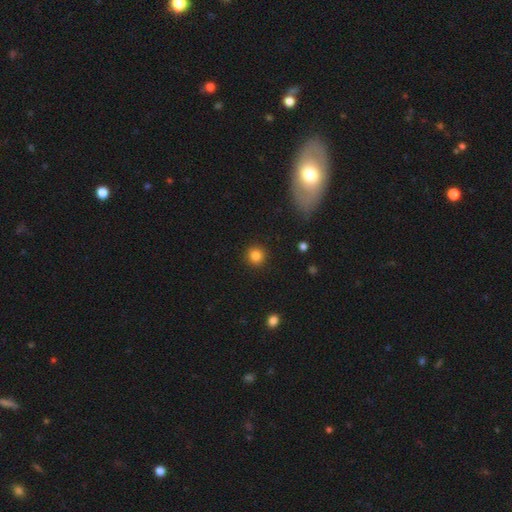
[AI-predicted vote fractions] Q: Smooth or featured?
A: smooth (84%); runner-up: star or artifact (11%)
Q: How rounded?
A: round (94%); runner-up: in between (5%)
Q: Merging?
A: none (92%); runner-up: minor disturbance (5%)